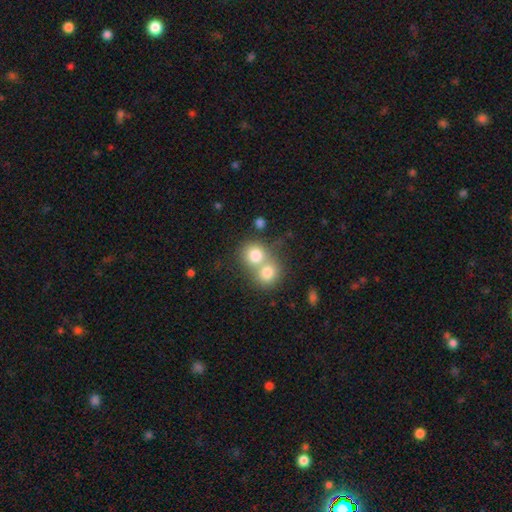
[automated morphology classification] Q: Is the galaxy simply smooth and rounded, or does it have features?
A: smooth — 77%.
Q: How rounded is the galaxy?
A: round — 80%.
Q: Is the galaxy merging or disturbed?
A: merger — 63%.